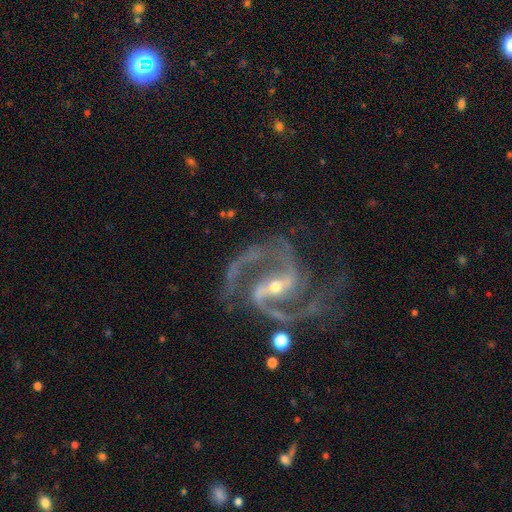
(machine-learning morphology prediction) A featured or disk galaxy (93%) with a strong bar (49%), 2 (91%) medium (65%) spiral arms (98%) and a small central bulge (70%).

Vote fractions:
- Smooth or featured? featured or disk: 93% / star or artifact: 5% / smooth: 2%
- Edge-on disk? no: 98% / yes: 2%
- Bar? strong: 49% / weak: 36% / no: 15%
- Spiral arms? yes: 98% / no: 2%
- Spiral winding? medium: 65% / tight: 18% / loose: 17%
- Spiral arm count? 2: 91% / 3: 3% / can't tell: 2% / 1: 2% / 4: 1% / more than 4: 1%
- Bulge size? small: 70% / moderate: 26% / none: 2% / large: 1% / dominant: 1%
- Merging? none: 65% / minor disturbance: 17% / major disturbance: 13% / merger: 5%